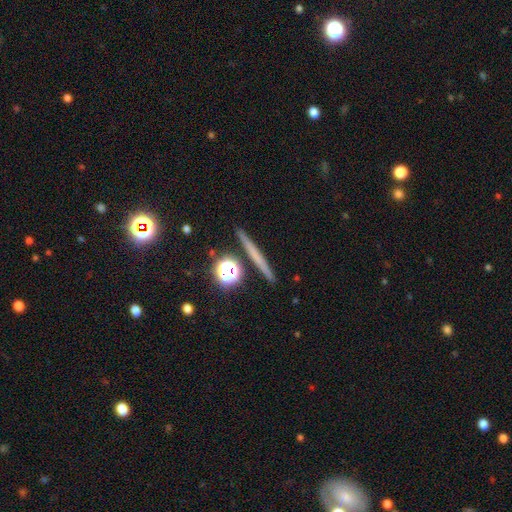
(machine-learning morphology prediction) smooth 44%, featured or disk 39%, star or artifact 17%. Down the decision tree: merging — none (88%).